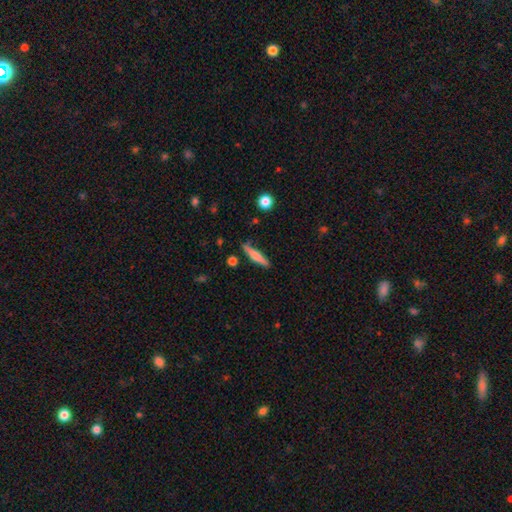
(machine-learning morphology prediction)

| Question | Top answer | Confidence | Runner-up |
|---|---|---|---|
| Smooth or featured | smooth | 62% | featured or disk (32%) |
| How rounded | cigar-shaped | 88% | in between (10%) |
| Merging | none | 81% | minor disturbance (14%) |